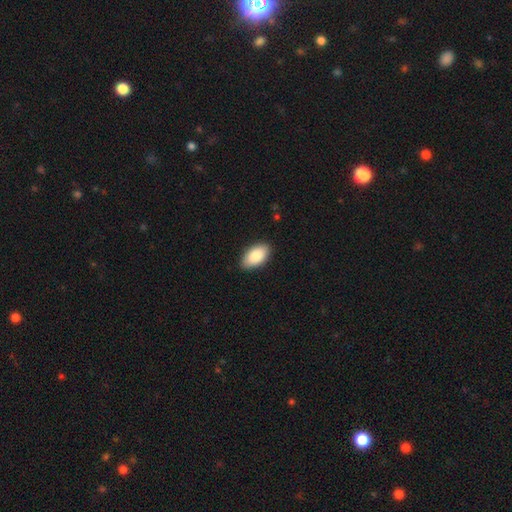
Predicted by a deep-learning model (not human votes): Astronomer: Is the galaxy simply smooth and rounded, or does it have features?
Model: smooth — 87%.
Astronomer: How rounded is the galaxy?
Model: in between — 95%.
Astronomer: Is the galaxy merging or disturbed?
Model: none — 86%.